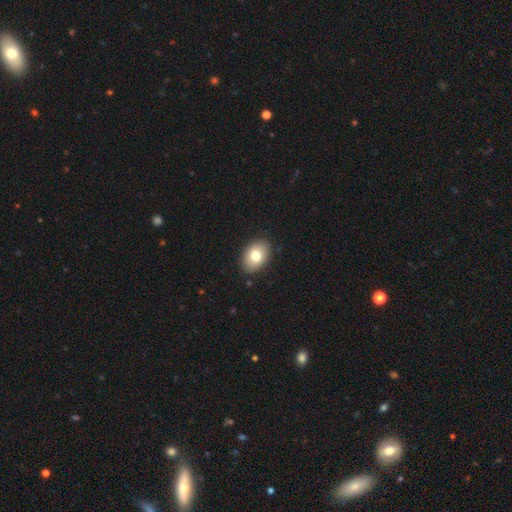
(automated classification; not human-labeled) Q: Smooth or featured?
A: smooth (79%); runner-up: featured or disk (13%)
Q: How rounded?
A: in between (83%); runner-up: round (16%)
Q: Merging?
A: none (89%); runner-up: minor disturbance (8%)